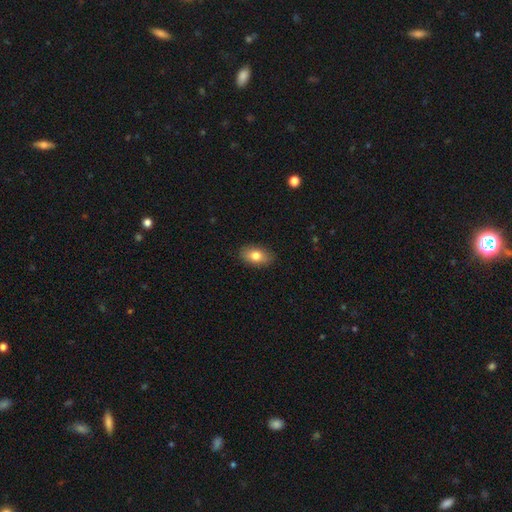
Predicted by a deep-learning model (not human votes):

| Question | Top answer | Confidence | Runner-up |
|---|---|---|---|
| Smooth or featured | smooth | 80% | featured or disk (12%) |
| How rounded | in between | 90% | round (8%) |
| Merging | none | 88% | minor disturbance (9%) |